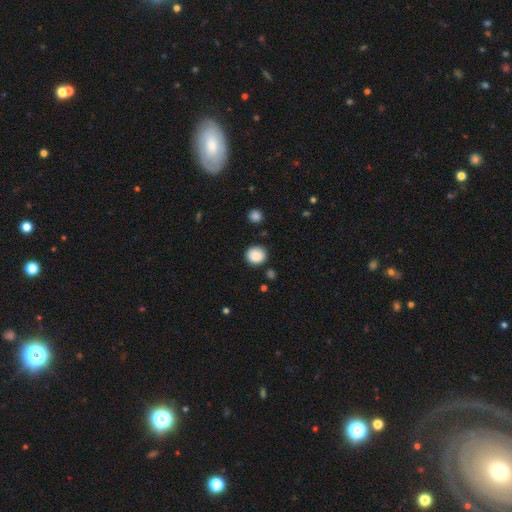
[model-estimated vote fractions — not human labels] This is clearly a smooth galaxy (88%). How rounded: clearly round (83%). Merging: clearly none (86%).